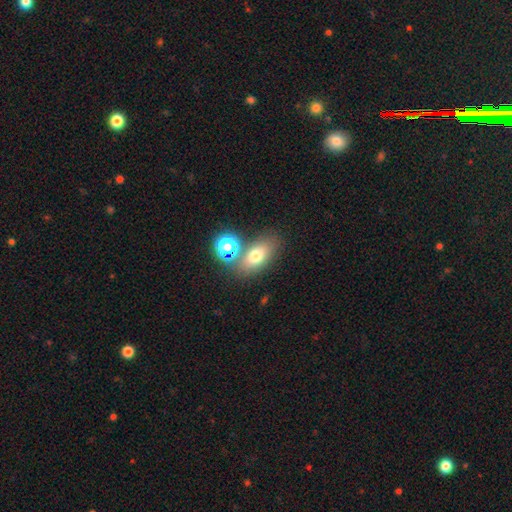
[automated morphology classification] type=smooth (71%); roundness=in between (78%); merging=none (66%).